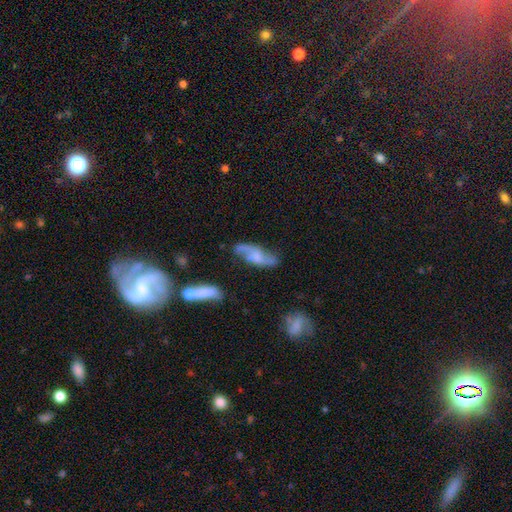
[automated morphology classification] A featured or disk galaxy (67%) with no bar (58%), 2 (87%) loose (67%) spiral arms (88%) and a moderate central bulge (31%, tied with small). Merging: none (61%).